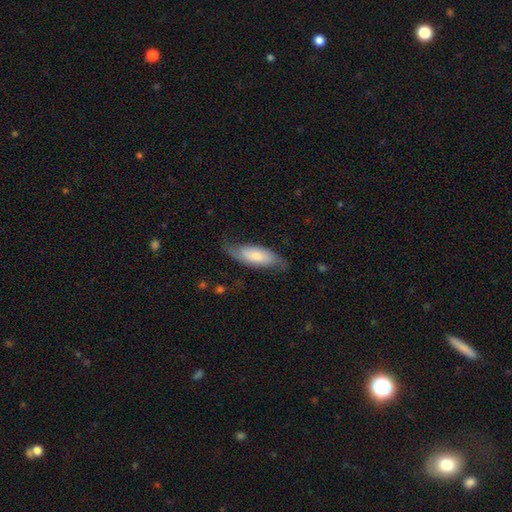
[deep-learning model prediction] Smooth or featured: smooth — 53% (featured or disk — 41%)
How rounded: in between — 70% (cigar-shaped — 28%)
Merging: none — 63% (minor disturbance — 26%)